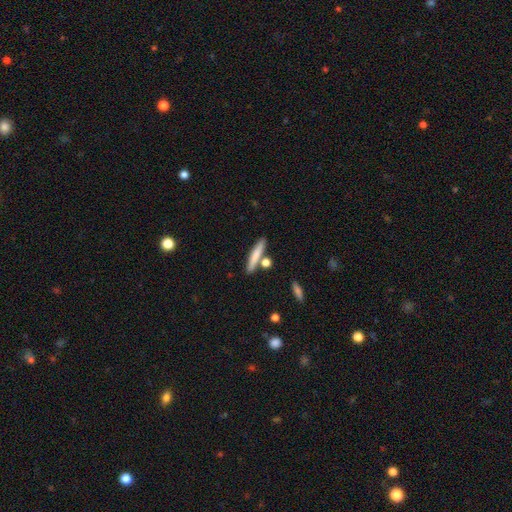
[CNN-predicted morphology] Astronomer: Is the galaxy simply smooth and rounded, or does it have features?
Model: smooth — 75%.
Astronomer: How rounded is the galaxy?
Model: cigar-shaped — 88%.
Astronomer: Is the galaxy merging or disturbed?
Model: none — 78%.